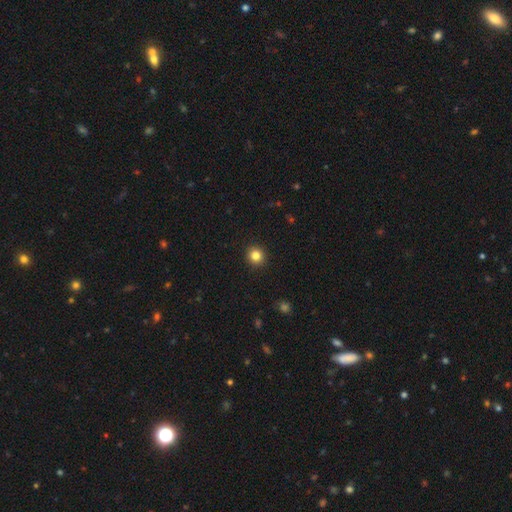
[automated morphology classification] type=smooth (84%); roundness=round (92%); merging=none (93%).